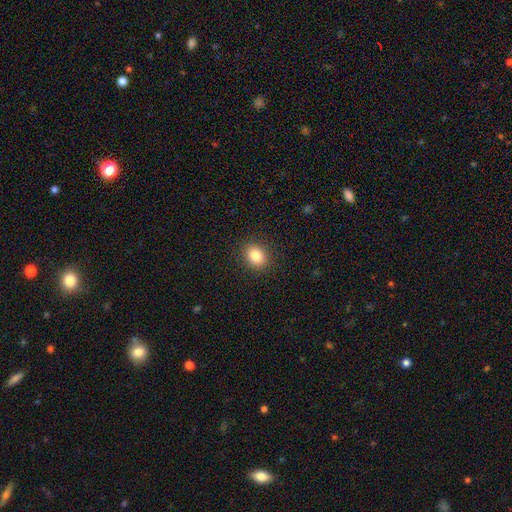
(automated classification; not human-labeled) Smooth or featured?
  - smooth: 85% *
  - star or artifact: 10%
  - featured or disk: 5%
How rounded?
  - round: 53% *
  - in between: 46%
  - cigar-shaped: 1%
Merging?
  - none: 90% *
  - minor disturbance: 7%
  - major disturbance: 2%
  - merger: 1%